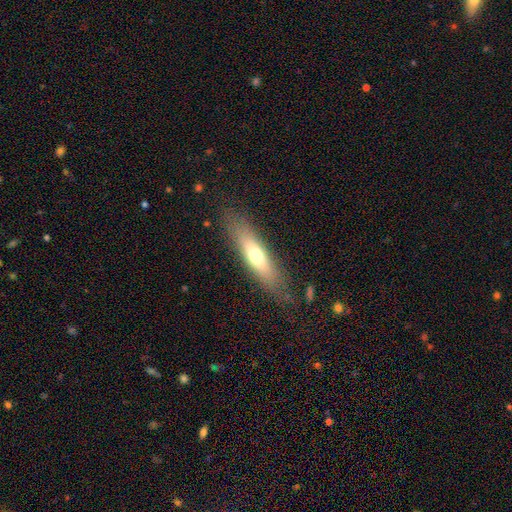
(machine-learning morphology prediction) smooth-or-featured: smooth: 62% | featured or disk: 31% | star or artifact: 7%
  how-rounded: cigar-shaped: 67% | in between: 31% | round: 2%
  merging: none: 81% | minor disturbance: 13% | major disturbance: 5% | merger: 2%